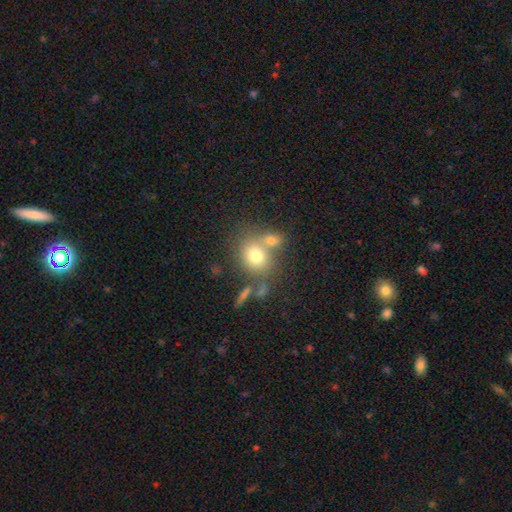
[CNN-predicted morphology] smooth-or-featured: smooth: 73% | featured or disk: 15% | star or artifact: 11%
  how-rounded: round: 69% | in between: 30% | cigar-shaped: 1%
  merging: none: 50% | merger: 34% | minor disturbance: 11% | major disturbance: 6%